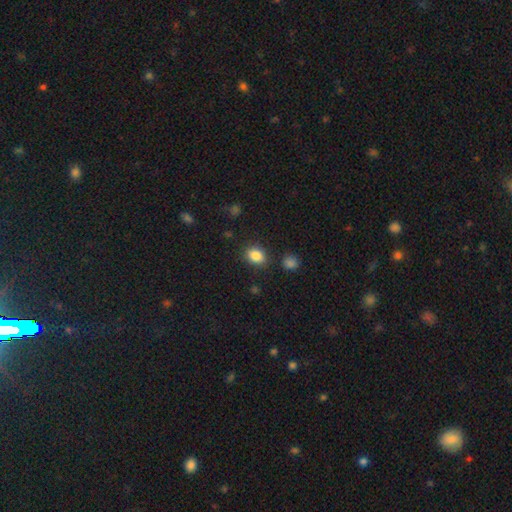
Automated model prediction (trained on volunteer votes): The model was most divided on "how rounded": in between: 61%, round: 38%, cigar-shaped: 1%. More confident: smooth or featured — smooth (86%); merging — none (83%).